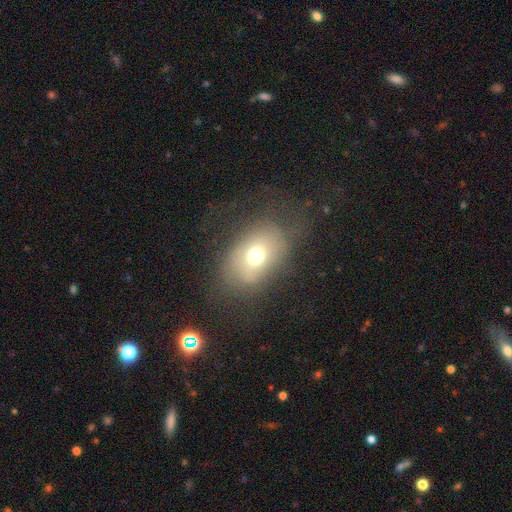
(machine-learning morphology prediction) A smooth galaxy with no disk features (65%) that is in between round and cigar-shaped (69%).

Vote fractions:
- Smooth or featured? smooth: 65% / featured or disk: 20% / star or artifact: 15%
- How rounded? in between: 69% / round: 30% / cigar-shaped: 1%
- Merging? none: 61% / major disturbance: 19% / minor disturbance: 19% / merger: 2%